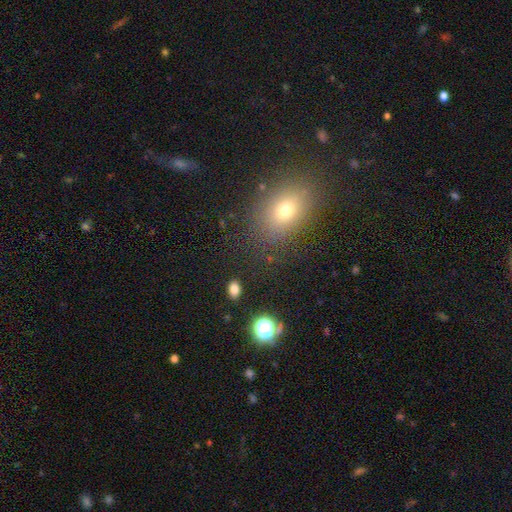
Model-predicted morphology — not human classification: Smooth or featured? smooth (67%)
How rounded? in between (75%)
Merging? none (86%)